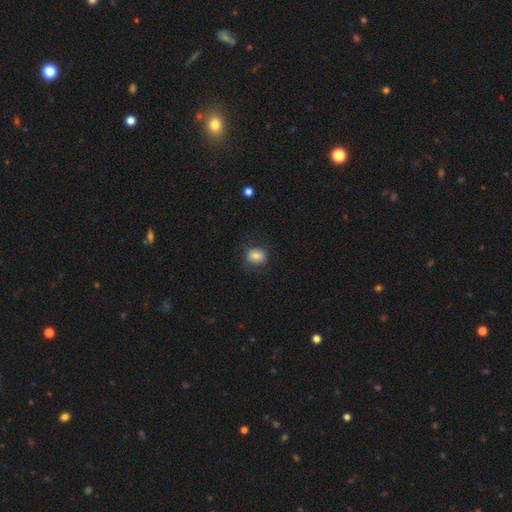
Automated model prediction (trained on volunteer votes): Q: Smooth or featured?
A: smooth (79%); runner-up: featured or disk (11%)
Q: How rounded?
A: round (60%); runner-up: in between (39%)
Q: Merging?
A: none (75%); runner-up: minor disturbance (16%)